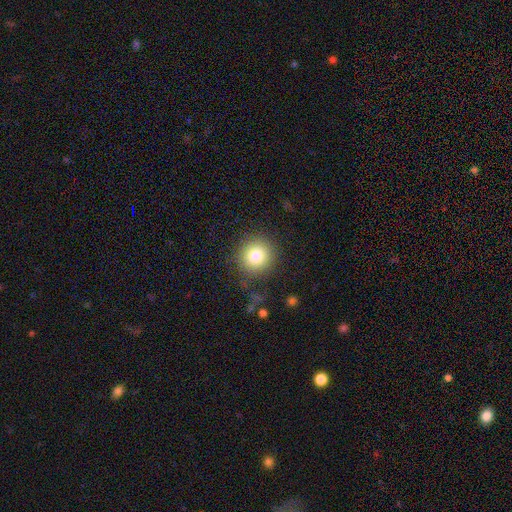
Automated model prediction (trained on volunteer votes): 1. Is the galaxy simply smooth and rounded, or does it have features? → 82% smooth, 10% star or artifact, 7% featured or disk.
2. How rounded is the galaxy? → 92% round, 7% in between, 1% cigar-shaped.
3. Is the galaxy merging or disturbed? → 86% none, 9% minor disturbance, 4% major disturbance, 1% merger.